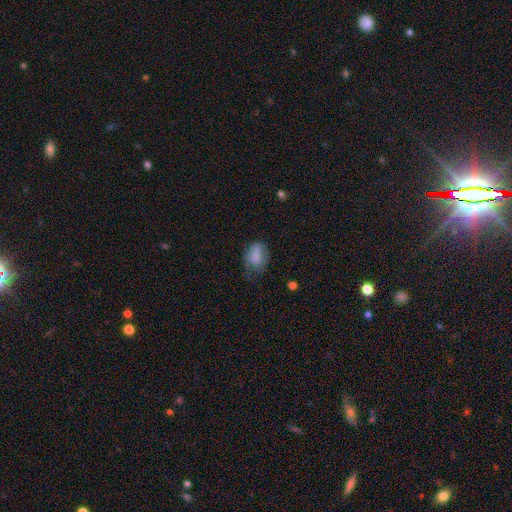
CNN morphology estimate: This is likely a smooth galaxy (75%). How rounded: clearly in between (83%). Merging: marginally none (37%).